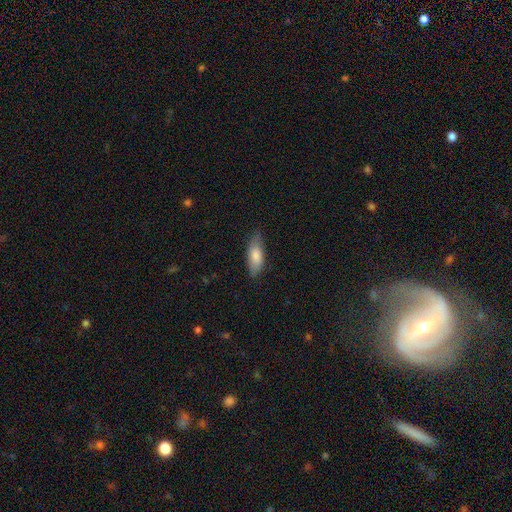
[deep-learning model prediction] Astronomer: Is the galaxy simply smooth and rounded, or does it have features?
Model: smooth — 79%.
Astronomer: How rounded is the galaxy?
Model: in between — 76%.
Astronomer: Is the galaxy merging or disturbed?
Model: none — 73%.